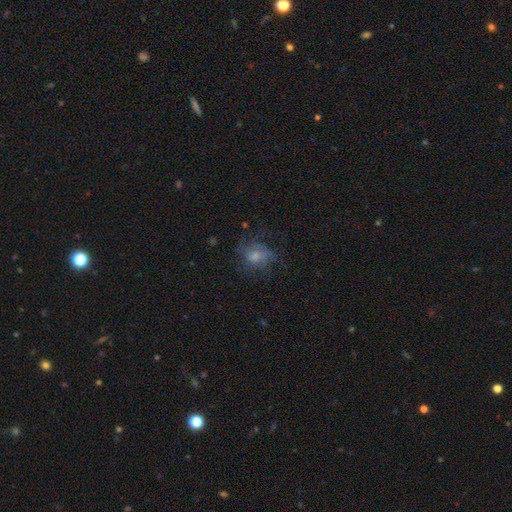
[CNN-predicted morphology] Overall: featured or disk (44%; smooth 43%). Merging: none (49%; major disturbance 27%).